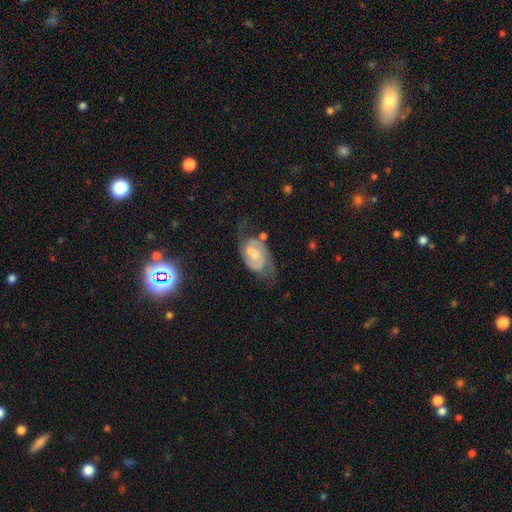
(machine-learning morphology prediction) featured or disk 75%, smooth 14%, star or artifact 11%. Down the decision tree: edge-on disk — no (96%); bar — weak (45%); spiral arms — yes (90%); spiral arm count — 2 (76%); spiral winding — medium (48%); bulge size — small (49%); merging — none (54%).